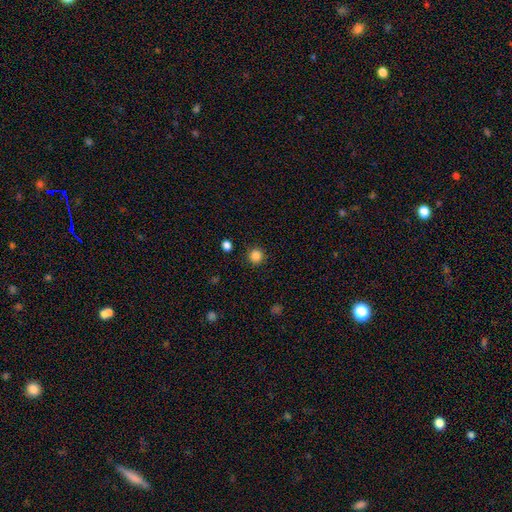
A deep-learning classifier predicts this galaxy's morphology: The model was most divided on "smooth or featured": smooth: 86%, star or artifact: 11%, featured or disk: 3%. More confident: how rounded — round (95%); merging — none (91%).